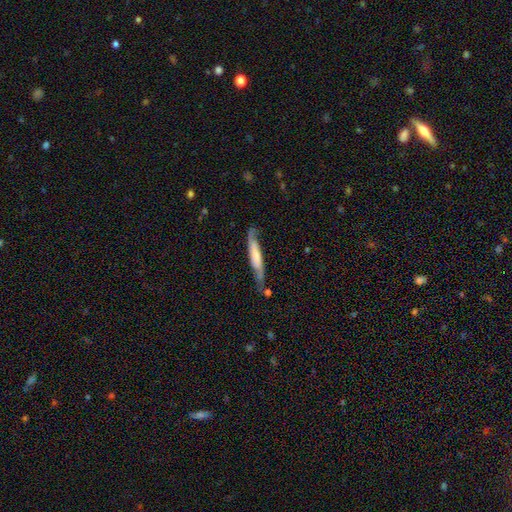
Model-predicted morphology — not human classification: Smooth or featured? featured or disk (55%)
Edge-on disk? yes (52%)
Merging? none (64%)